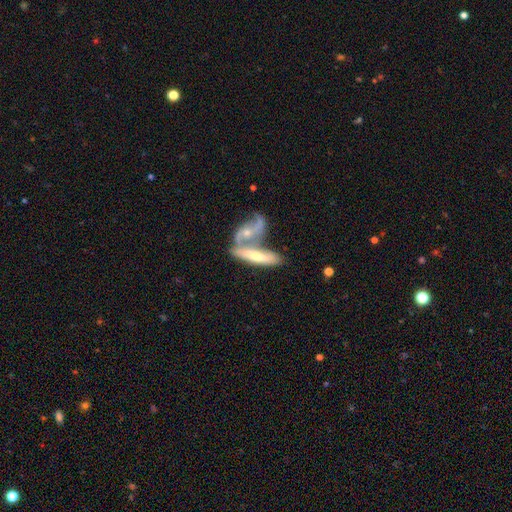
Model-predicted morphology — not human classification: A featured or disk galaxy (52%). Merging: merger (61%).